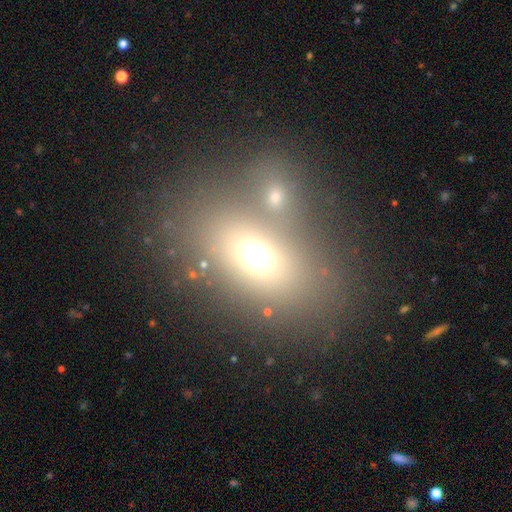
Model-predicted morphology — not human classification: Smooth or featured?
  - smooth: 65% *
  - star or artifact: 19%
  - featured or disk: 16%
How rounded?
  - in between: 72% *
  - round: 25%
  - cigar-shaped: 3%
Merging?
  - none: 46% *
  - merger: 39%
  - minor disturbance: 9%
  - major disturbance: 6%